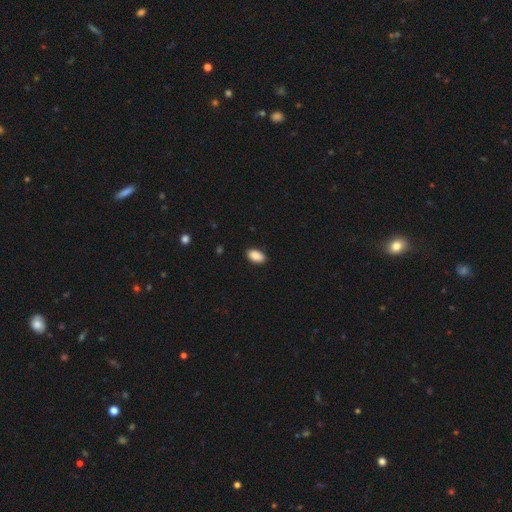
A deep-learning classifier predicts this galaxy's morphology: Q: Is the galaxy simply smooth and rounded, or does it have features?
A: smooth — 90%.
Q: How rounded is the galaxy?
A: in between — 93%.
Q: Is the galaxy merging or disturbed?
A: none — 89%.